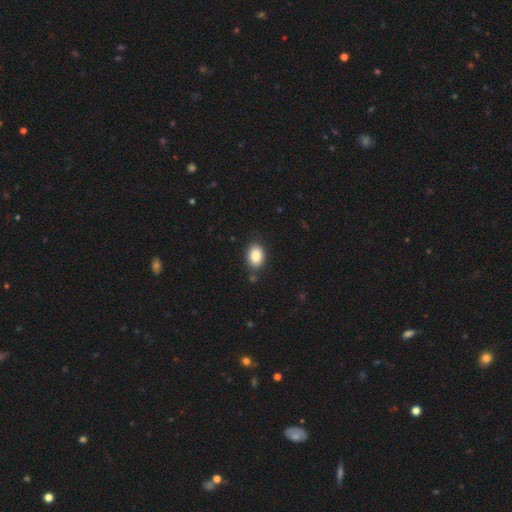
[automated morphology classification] The model was most divided on "how rounded": in between: 80%, round: 19%, cigar-shaped: 1%. More confident: smooth or featured — smooth (87%); merging — none (85%).